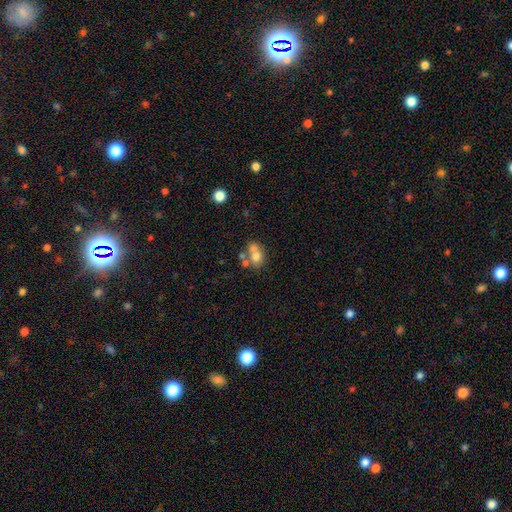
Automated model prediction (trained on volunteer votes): Overall: smooth (65%). How rounded: in between (50%; round 49%). Merging: merger (46%; none 36%).